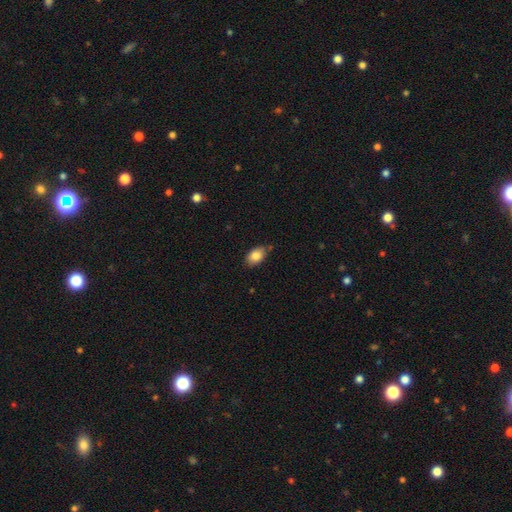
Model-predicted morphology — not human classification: A smooth galaxy with no disk features (85%) that is in between round and cigar-shaped (88%). Merging: none (78%).